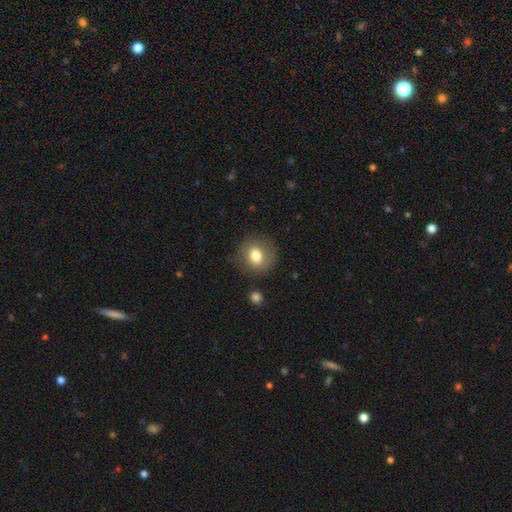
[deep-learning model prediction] Q: Smooth or featured?
A: smooth (76%); runner-up: featured or disk (15%)
Q: How rounded?
A: round (81%); runner-up: in between (18%)
Q: Merging?
A: none (81%); runner-up: minor disturbance (13%)